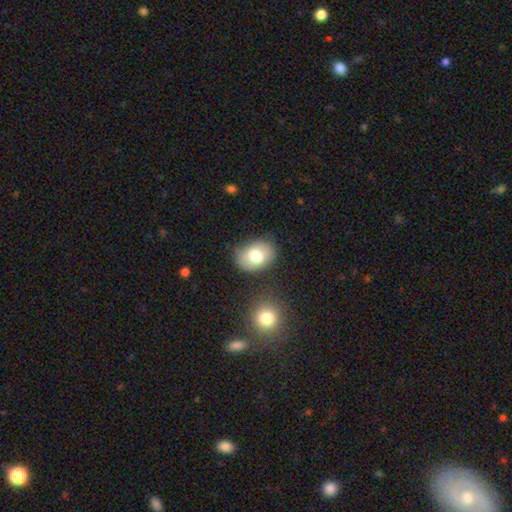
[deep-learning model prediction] smooth 76%, featured or disk 16%, star or artifact 8%. Down the decision tree: how rounded — in between (71%); merging — none (73%).